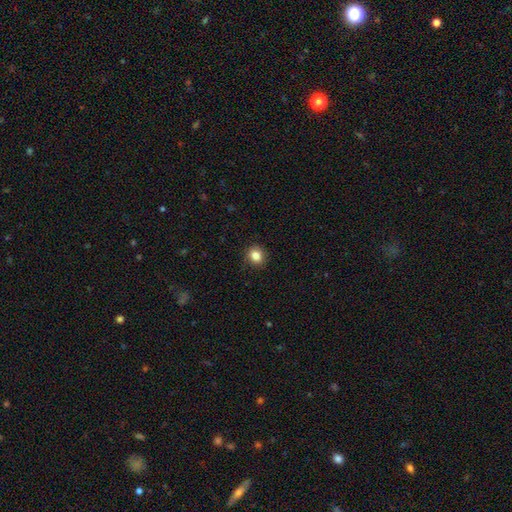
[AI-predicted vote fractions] This appears to be a smooth galaxy with no disk features (84%) that is round (77%). Merging: none (90%).